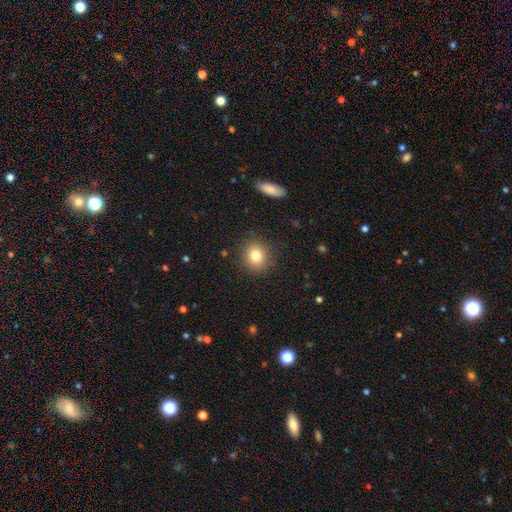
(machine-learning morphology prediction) smooth_or_featured: smooth (p=0.80) [alt: star or artifact p=0.11]
how_rounded: round (p=0.77) [alt: in between p=0.22]
merging: none (p=0.88) [alt: minor disturbance p=0.08]